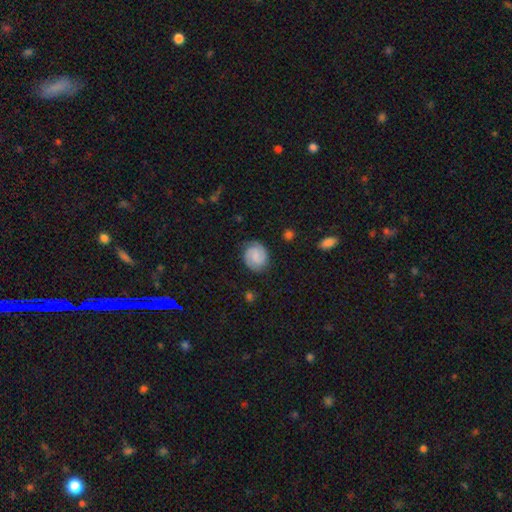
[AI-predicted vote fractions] Morphology: type=featured or disk (66%); edge-on=no (98%); bar=weak (46%); spiral arms=yes (96%); winding=tight (51%); arm count=2 (86%); bulge=none (47%); merging=none (83%).